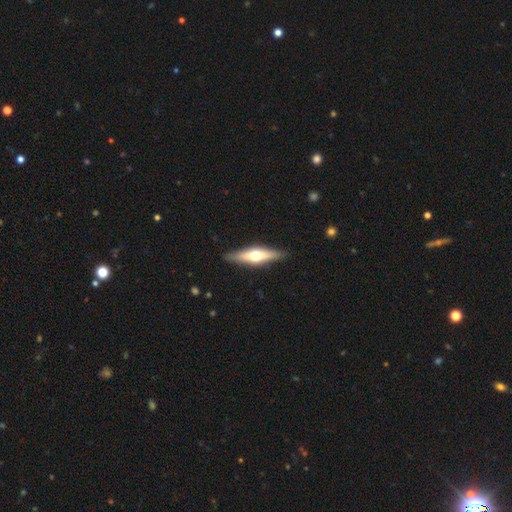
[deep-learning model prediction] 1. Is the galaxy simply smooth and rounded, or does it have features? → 61% featured or disk, 34% smooth, 5% star or artifact.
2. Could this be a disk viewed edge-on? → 94% yes, 6% no.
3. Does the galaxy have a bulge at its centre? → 93% rounded, 4% boxy, 3% none.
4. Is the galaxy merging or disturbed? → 89% none, 8% minor disturbance, 2% major disturbance, 1% merger.